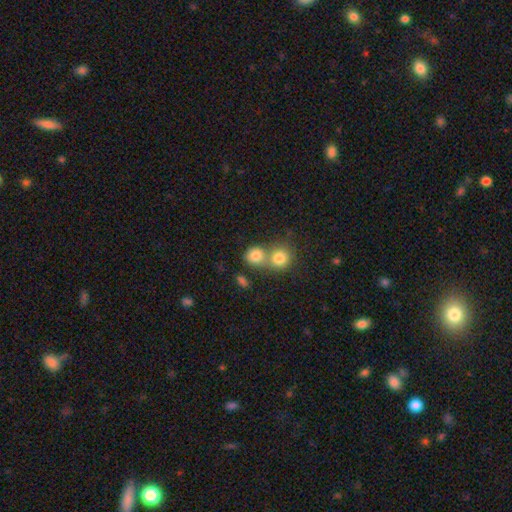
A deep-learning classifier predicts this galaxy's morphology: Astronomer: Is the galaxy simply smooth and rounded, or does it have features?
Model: smooth — 81%.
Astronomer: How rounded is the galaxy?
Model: round — 77%.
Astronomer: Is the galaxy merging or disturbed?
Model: merger — 52% (runner-up: none, 37%).